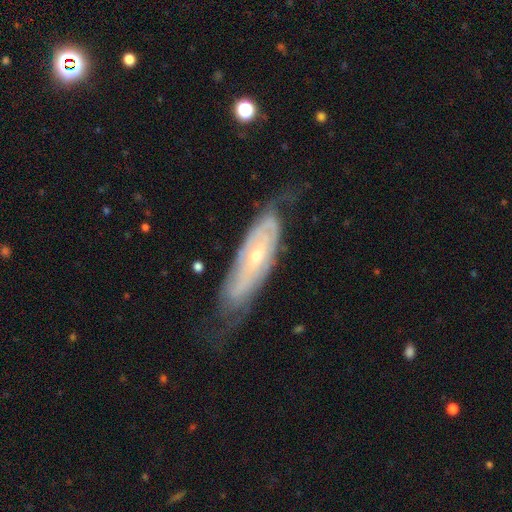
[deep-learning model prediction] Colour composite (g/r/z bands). It shows a featured or disk galaxy (78%) with no bar (67%), tight (69%) spiral arms (86%) and a small central bulge (61%). Merging: none (60%).